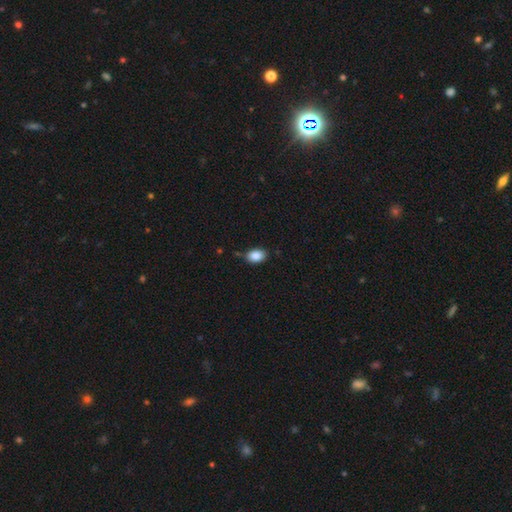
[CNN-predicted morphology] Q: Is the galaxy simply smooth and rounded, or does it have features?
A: smooth — 88%.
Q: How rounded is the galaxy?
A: in between — 83%.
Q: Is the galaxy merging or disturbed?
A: none — 79%.